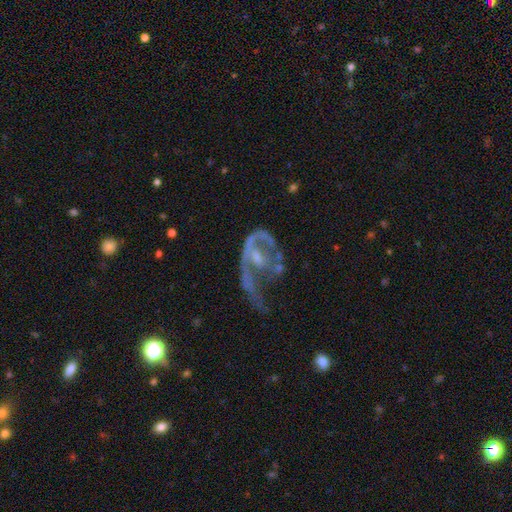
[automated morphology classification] Q: Smooth or featured?
A: featured or disk (76%); runner-up: smooth (14%)
Q: Edge-on disk?
A: no (96%); runner-up: yes (4%)
Q: Bar?
A: no (64%); runner-up: weak (27%)
Q: Spiral arms?
A: yes (56%); runner-up: no (44%)
Q: Bulge size?
A: small (40%); runner-up: moderate (31%)
Q: Merging?
A: major disturbance (57%); runner-up: none (19%)